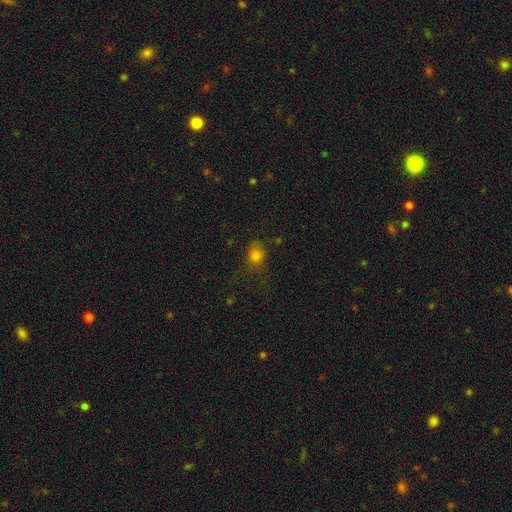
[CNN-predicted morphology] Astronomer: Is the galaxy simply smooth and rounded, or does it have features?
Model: smooth — 78%.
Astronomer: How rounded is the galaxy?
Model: round — 57% (runner-up: in between, 42%).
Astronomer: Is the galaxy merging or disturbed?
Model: none — 62%.